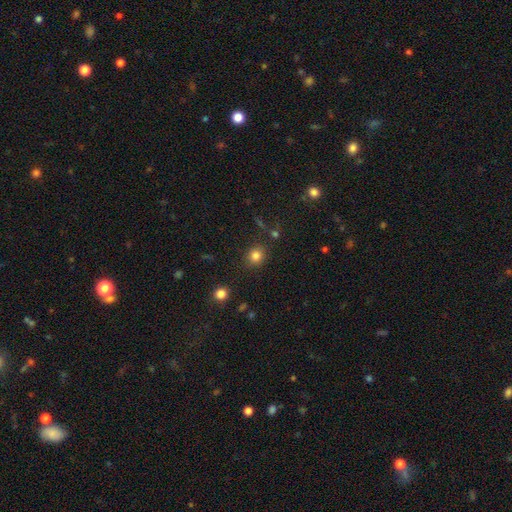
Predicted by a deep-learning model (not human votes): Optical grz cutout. It shows a smooth galaxy with no disk features (82%) that is round (86%). Merging: none (85%).